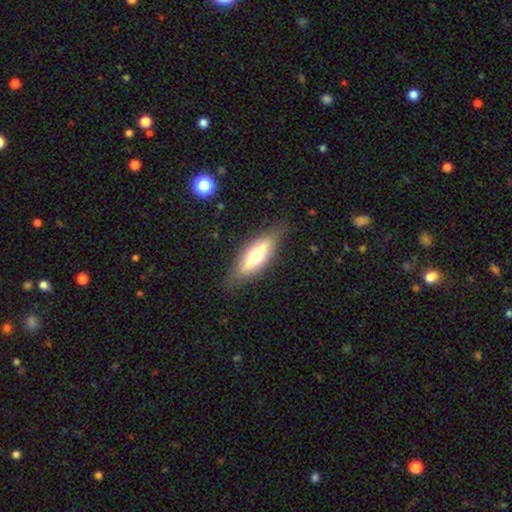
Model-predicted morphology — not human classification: The model was most divided on "smooth or featured": featured or disk: 52%, smooth: 41%, star or artifact: 6%. More confident: edge-on disk — yes (85%); merging — none (81%).